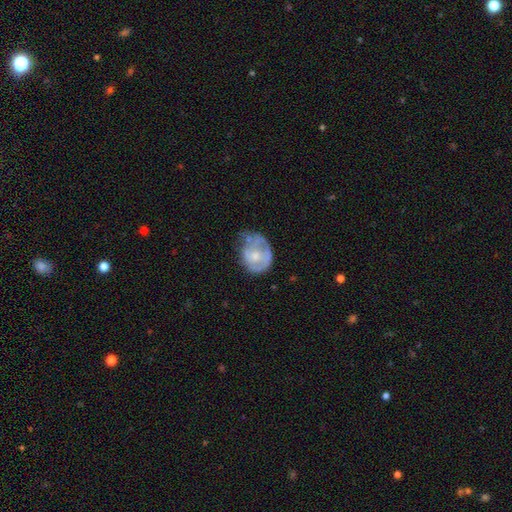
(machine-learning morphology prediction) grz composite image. It shows a featured or disk galaxy (58%) with no bar (78%), spiral arms (51%) and a moderate central bulge (51%). Merging: none (40%).